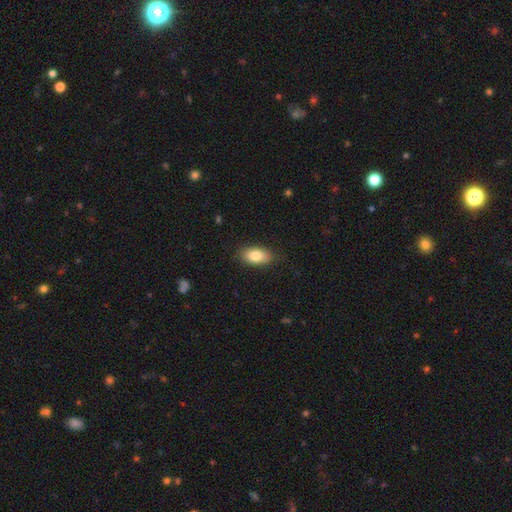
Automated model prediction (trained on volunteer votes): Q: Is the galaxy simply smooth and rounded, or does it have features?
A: smooth — 83%.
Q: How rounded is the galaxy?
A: in between — 91%.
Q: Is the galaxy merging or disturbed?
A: none — 85%.